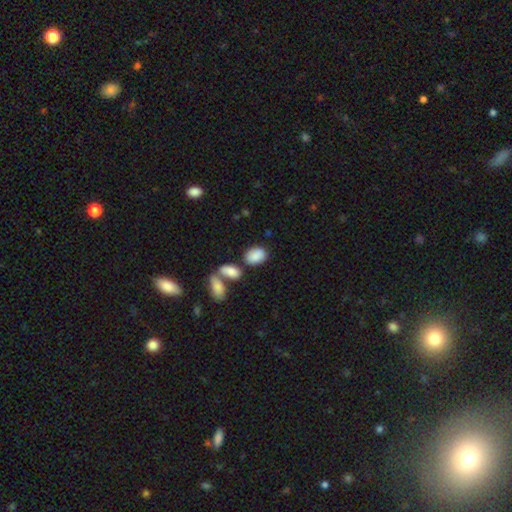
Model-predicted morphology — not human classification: Smooth or featured: smooth — 87% (star or artifact — 7%)
How rounded: in between — 86% (round — 12%)
Merging: none — 66% (merger — 17%)